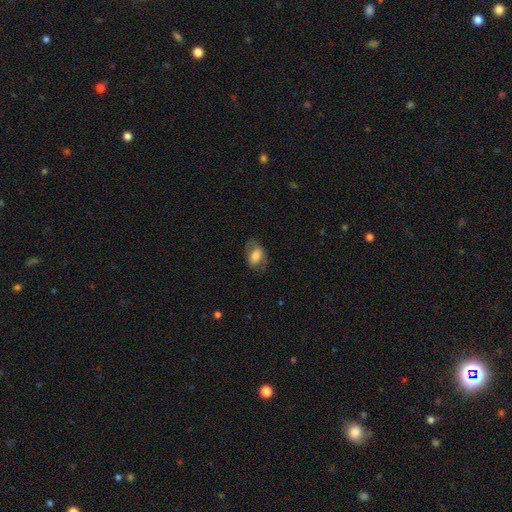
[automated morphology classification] smooth-or-featured: smooth: 60% | featured or disk: 32% | star or artifact: 8%
  how-rounded: in between: 86% | round: 11% | cigar-shaped: 2%
  merging: none: 70% | minor disturbance: 18% | major disturbance: 11% | merger: 1%